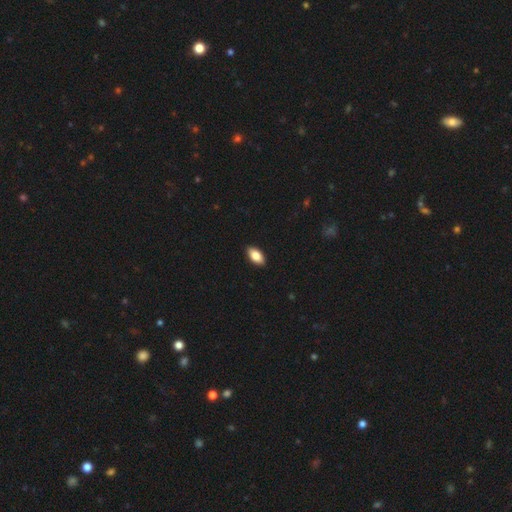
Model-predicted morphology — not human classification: This appears to be a smooth galaxy with no disk features (83%) that is in between round and cigar-shaped (92%). Merging: none (90%).